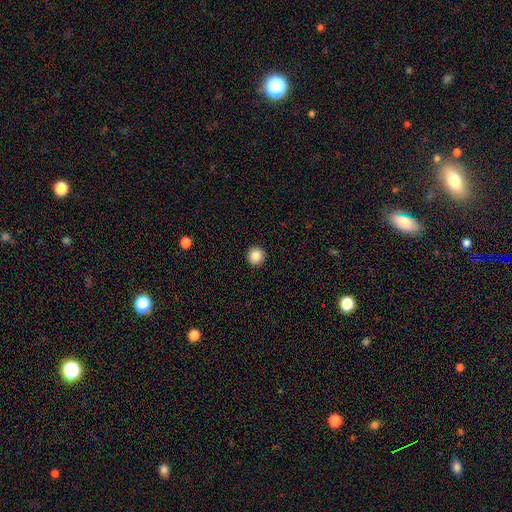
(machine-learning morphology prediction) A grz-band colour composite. It shows a smooth galaxy with no disk features (87%) that is round (94%). Merging: none (93%).